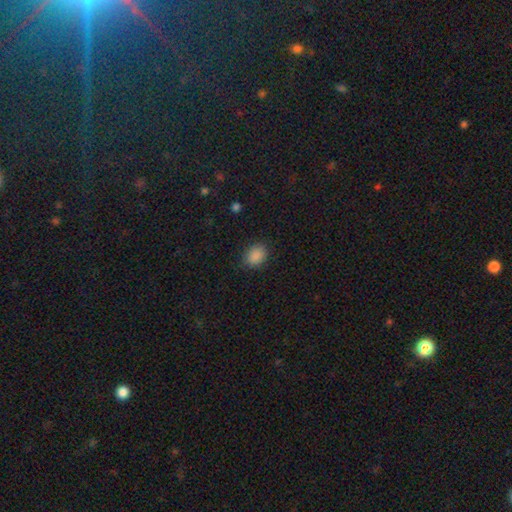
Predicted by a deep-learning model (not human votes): The model was most divided on "how rounded": in between: 65%, round: 34%, cigar-shaped: 1%. More confident: smooth or featured — smooth (88%); merging — none (85%).